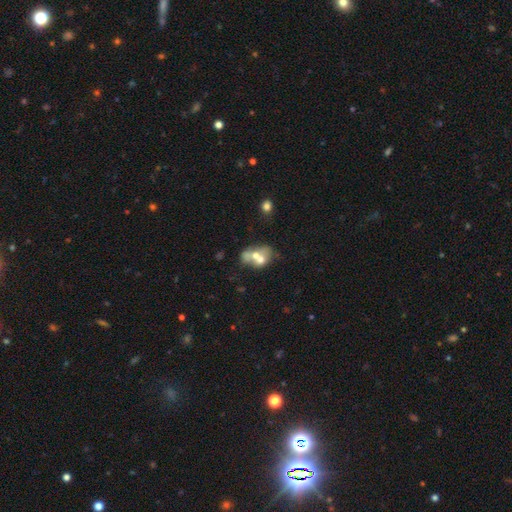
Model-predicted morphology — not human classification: Smooth or featured? Predicted: smooth (p=0.52). How rounded? Predicted: in between (p=0.61). Merging? Predicted: merger (p=0.64).